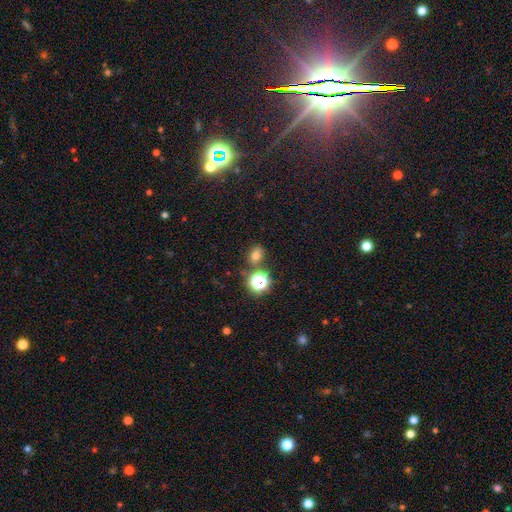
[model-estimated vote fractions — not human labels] A smooth galaxy with no disk features (69%) that is round (56%). Merging: none (75%).